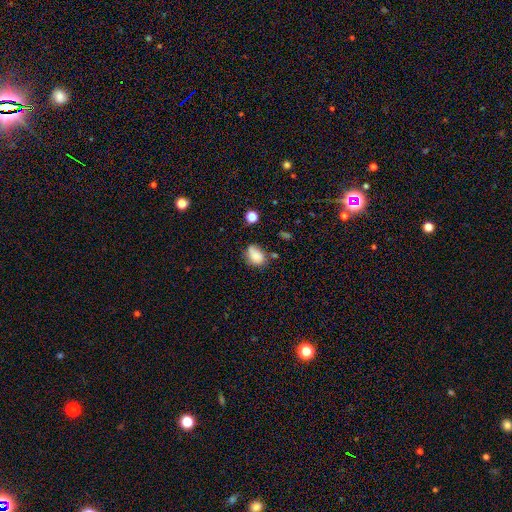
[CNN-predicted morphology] smooth-or-featured: smooth: 79% | featured or disk: 11% | star or artifact: 10%
  how-rounded: in between: 71% | round: 28% | cigar-shaped: 1%
  merging: none: 52% | minor disturbance: 31% | major disturbance: 9% | merger: 7%